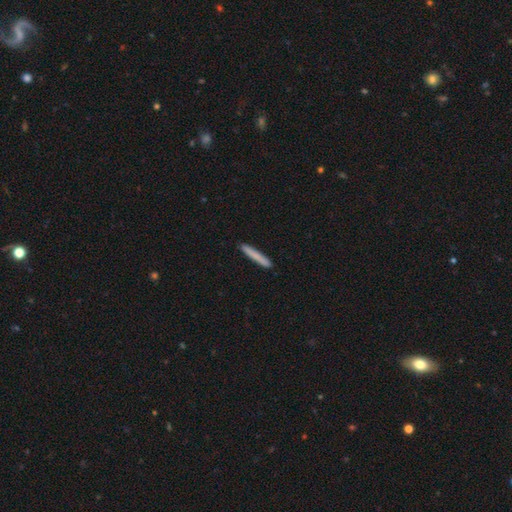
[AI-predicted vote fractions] This appears to be a smooth galaxy with no disk features (80%) that is cigar-shaped (96%). Merging: none (91%).